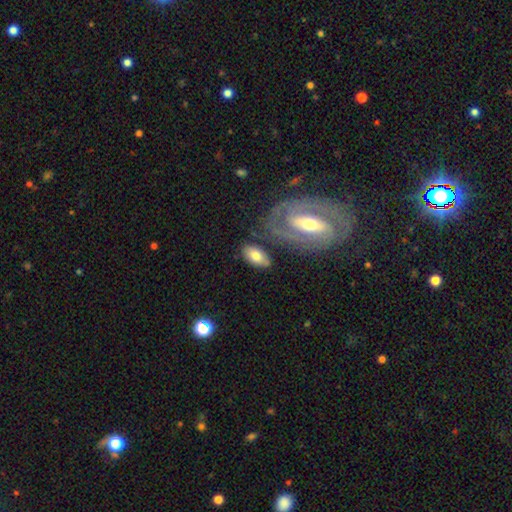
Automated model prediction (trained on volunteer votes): smooth_or_featured: smooth (p=0.70) [alt: featured or disk p=0.24]
how_rounded: in between (p=0.90) [alt: cigar-shaped p=0.05]
merging: none (p=0.69) [alt: minor disturbance p=0.16]